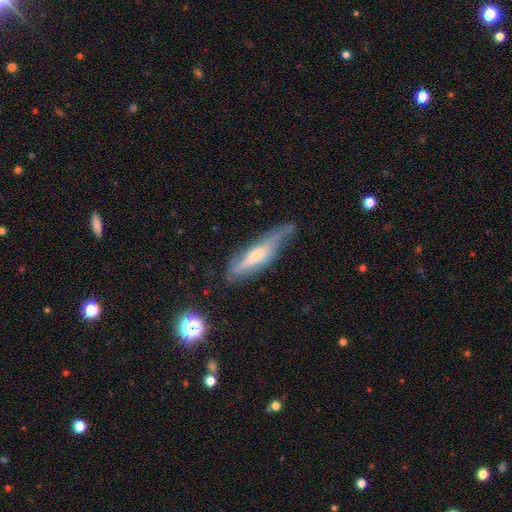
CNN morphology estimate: type=featured or disk (54%); edge-on=yes (65%); merging=none (45%).